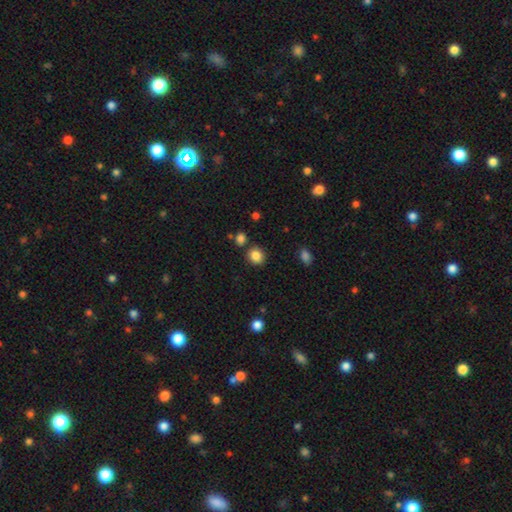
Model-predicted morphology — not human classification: Smooth or featured: smooth — 86% (star or artifact — 10%)
How rounded: round — 80% (in between — 19%)
Merging: none — 82% (minor disturbance — 9%)